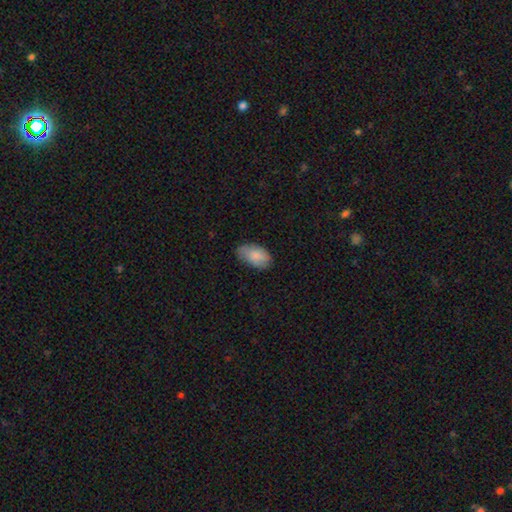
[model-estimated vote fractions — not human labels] Morphology: type=smooth (85%); roundness=in between (94%); merging=none (68%).